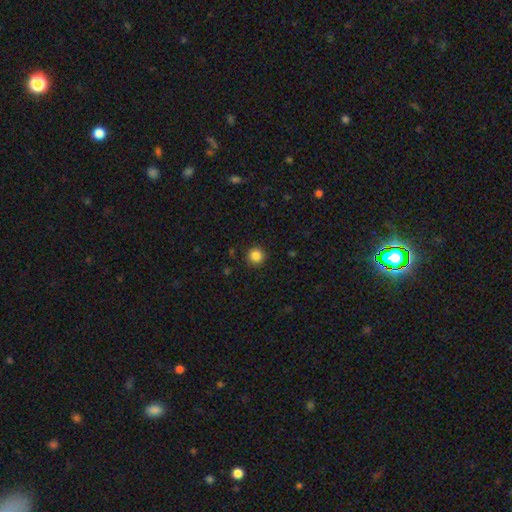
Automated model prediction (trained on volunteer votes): Q: Smooth or featured?
A: smooth (86%); runner-up: star or artifact (11%)
Q: How rounded?
A: round (95%); runner-up: in between (4%)
Q: Merging?
A: none (91%); runner-up: minor disturbance (6%)